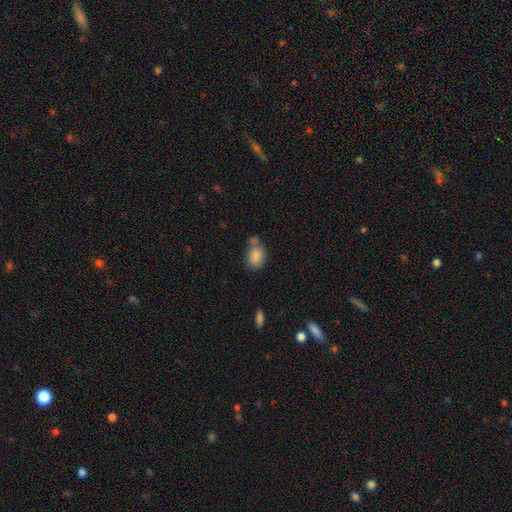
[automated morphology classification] Q: Smooth or featured?
A: smooth (86%); runner-up: star or artifact (8%)
Q: How rounded?
A: in between (77%); runner-up: round (22%)
Q: Merging?
A: none (50%); runner-up: merger (28%)